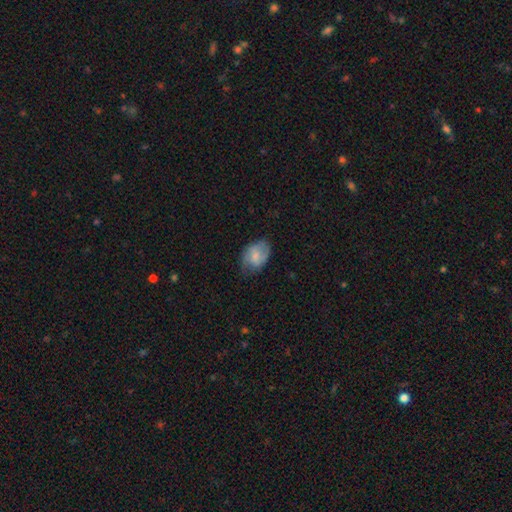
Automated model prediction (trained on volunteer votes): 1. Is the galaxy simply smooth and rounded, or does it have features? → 62% smooth, 31% featured or disk, 7% star or artifact.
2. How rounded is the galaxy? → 78% in between, 20% round, 1% cigar-shaped.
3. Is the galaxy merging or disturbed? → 62% none, 28% minor disturbance, 9% major disturbance, 1% merger.